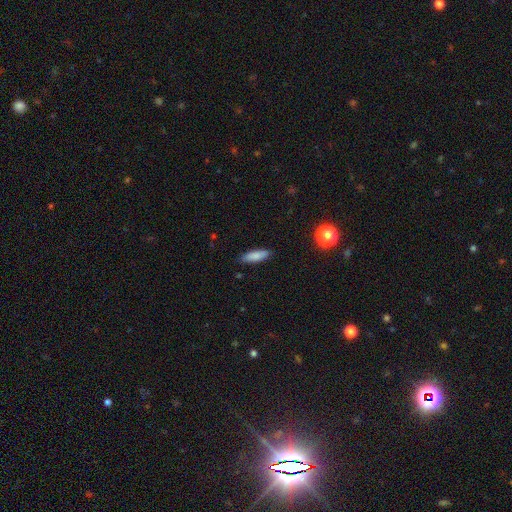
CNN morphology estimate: smooth 83%, featured or disk 10%, star or artifact 7%. Down the decision tree: how rounded — cigar-shaped (54%); merging — none (85%).